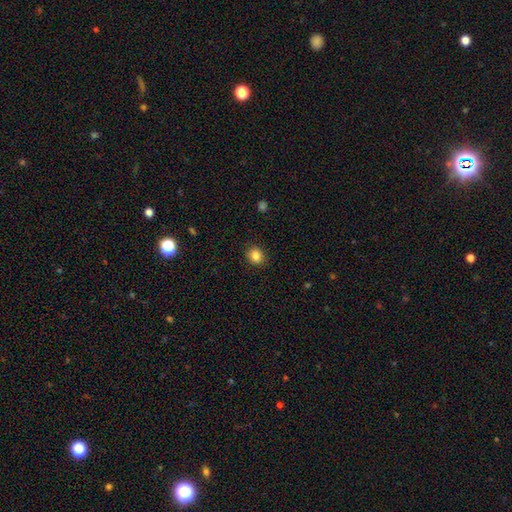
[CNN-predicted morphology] A smooth galaxy with no disk features (85%) that is round (70%). Merging: none (90%).